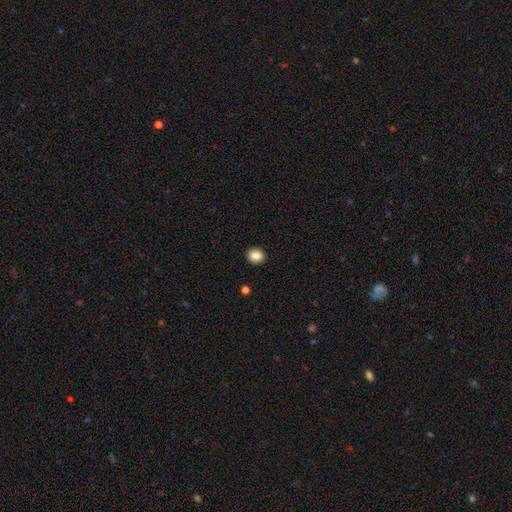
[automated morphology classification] Q: Smooth or featured?
A: smooth (86%); runner-up: star or artifact (9%)
Q: How rounded?
A: round (68%); runner-up: in between (31%)
Q: Merging?
A: none (92%); runner-up: minor disturbance (6%)